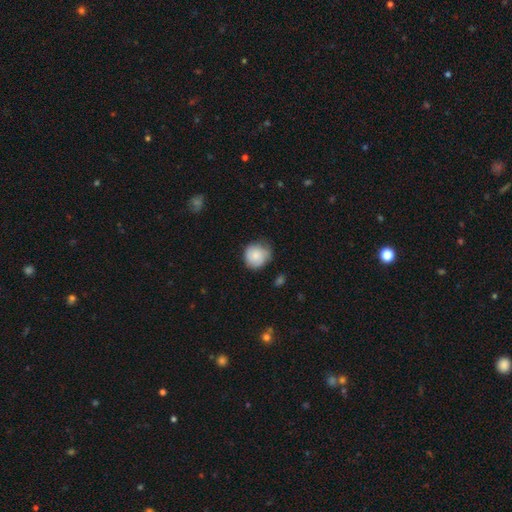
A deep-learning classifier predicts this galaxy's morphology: A smooth galaxy with no disk features (79%) that is round (84%). Merging: none (60%).